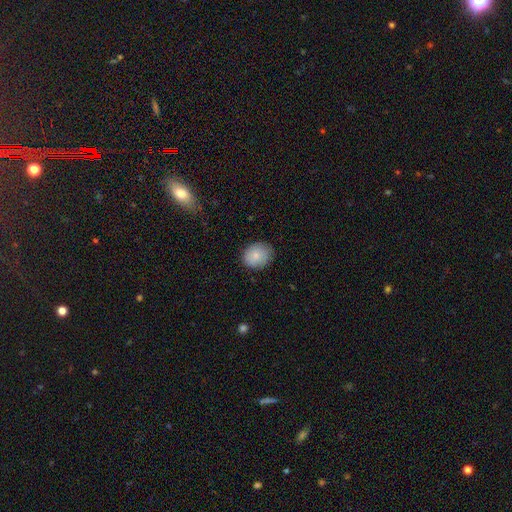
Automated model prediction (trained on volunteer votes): smooth 79%, featured or disk 14%, star or artifact 7%. Down the decision tree: how rounded — round (60%); merging — none (78%).